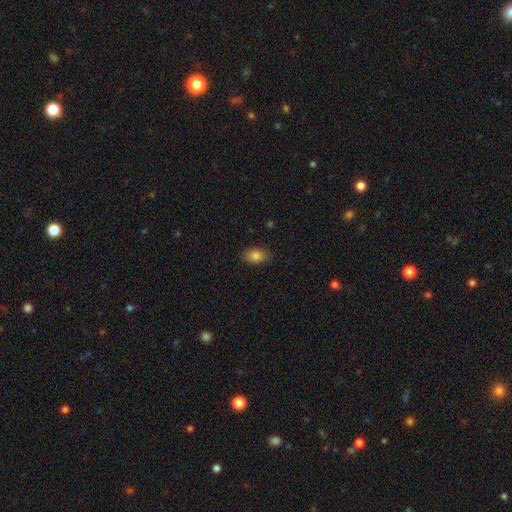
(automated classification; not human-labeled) Q: Smooth or featured?
A: smooth (84%); runner-up: star or artifact (9%)
Q: How rounded?
A: in between (88%); runner-up: round (10%)
Q: Merging?
A: none (84%); runner-up: minor disturbance (12%)